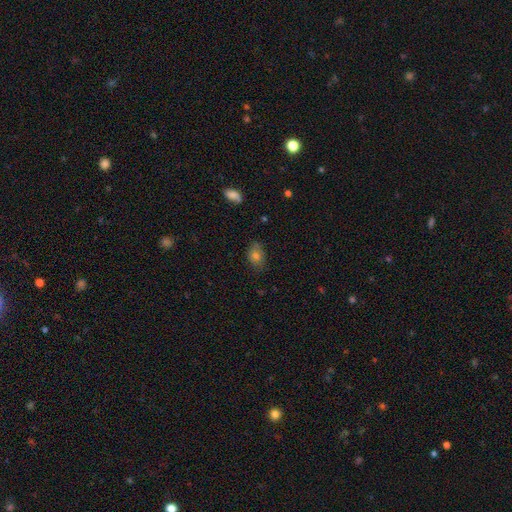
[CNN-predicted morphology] Q: Smooth or featured?
A: smooth (72%); runner-up: featured or disk (14%)
Q: How rounded?
A: in between (71%); runner-up: round (28%)
Q: Merging?
A: none (72%); runner-up: minor disturbance (21%)